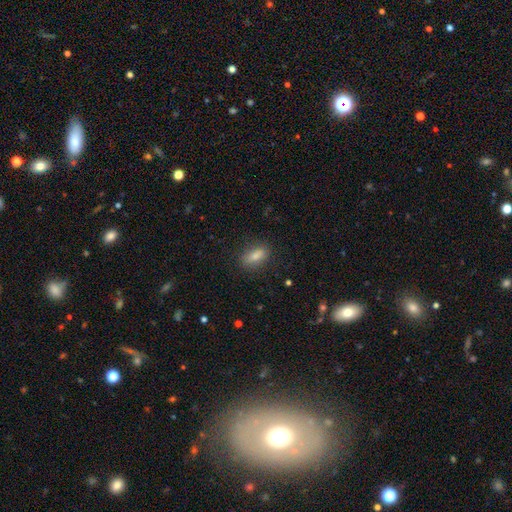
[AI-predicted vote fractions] Q: Smooth or featured?
A: smooth (81%); runner-up: featured or disk (11%)
Q: How rounded?
A: in between (80%); runner-up: cigar-shaped (15%)
Q: Merging?
A: none (83%); runner-up: minor disturbance (12%)